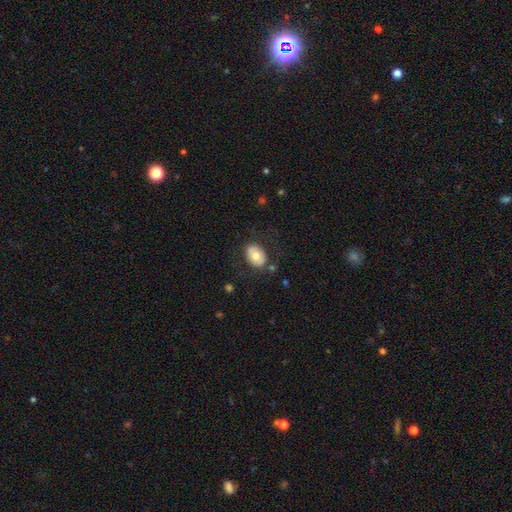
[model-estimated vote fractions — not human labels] Smooth or featured?
  - smooth: 69% *
  - featured or disk: 24%
  - star or artifact: 7%
How rounded?
  - in between: 76% *
  - round: 23%
  - cigar-shaped: 1%
Merging?
  - none: 77% *
  - minor disturbance: 14%
  - major disturbance: 7%
  - merger: 2%